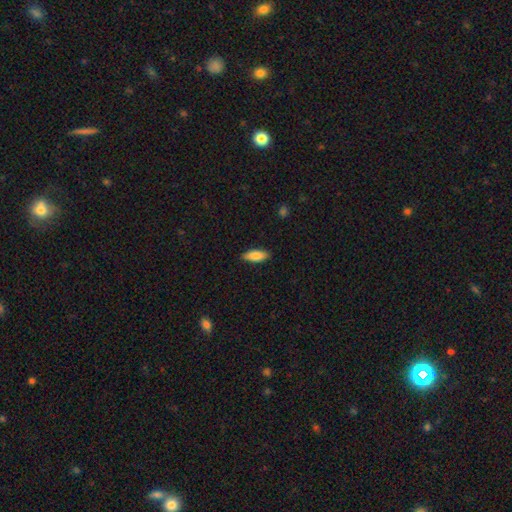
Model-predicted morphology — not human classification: smooth_or_featured: smooth (p=0.86) [alt: featured or disk p=0.08]
how_rounded: in between (p=0.74) [alt: cigar-shaped p=0.24]
merging: none (p=0.87) [alt: minor disturbance p=0.10]